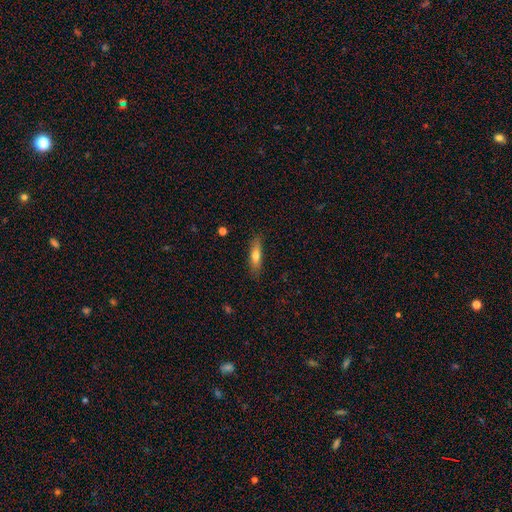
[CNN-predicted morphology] Smooth or featured? Predicted: smooth (p=0.67). How rounded? Predicted: cigar-shaped (p=0.66). Merging? Predicted: none (p=0.84).